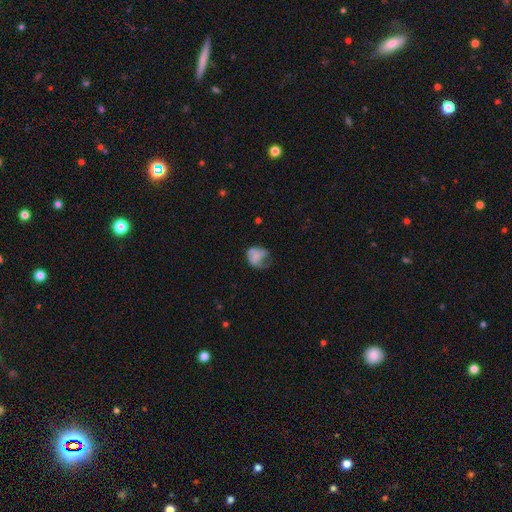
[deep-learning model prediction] smooth-or-featured: smooth: 60% | featured or disk: 29% | star or artifact: 11%
  how-rounded: round: 50% | in between: 49% | cigar-shaped: 1%
  merging: major disturbance: 37% | minor disturbance: 31% | none: 29% | merger: 3%